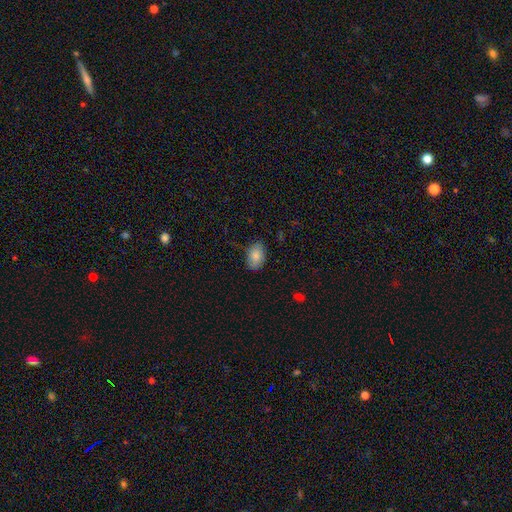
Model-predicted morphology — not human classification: Smooth or featured? smooth (84%)
How rounded? in between (89%)
Merging? none (80%)